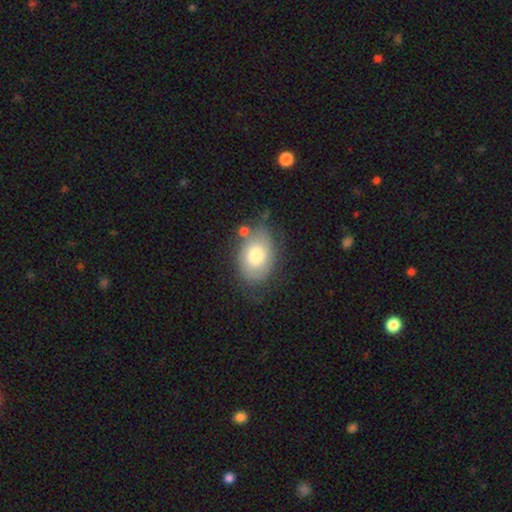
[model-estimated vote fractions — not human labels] This appears to be a smooth galaxy with no disk features (71%) that is in between round and cigar-shaped (81%). Merging: none (63%).